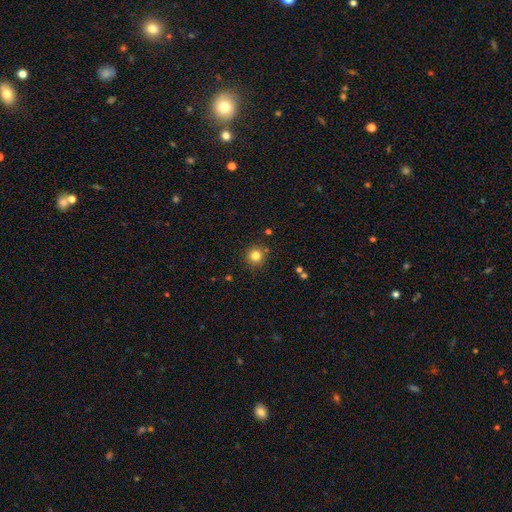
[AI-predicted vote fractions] Smooth or featured? Predicted: smooth (p=0.82). How rounded? Predicted: round (p=0.92). Merging? Predicted: none (p=0.86).